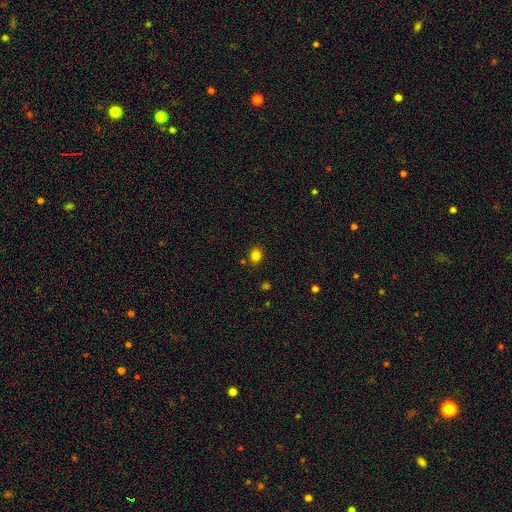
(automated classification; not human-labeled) A smooth galaxy with no disk features (82%) that is round (56%).

Vote fractions:
- Smooth or featured? smooth: 82% / star or artifact: 13% / featured or disk: 5%
- How rounded? round: 56% / in between: 43% / cigar-shaped: 1%
- Merging? none: 85% / minor disturbance: 9% / merger: 3% / major disturbance: 2%